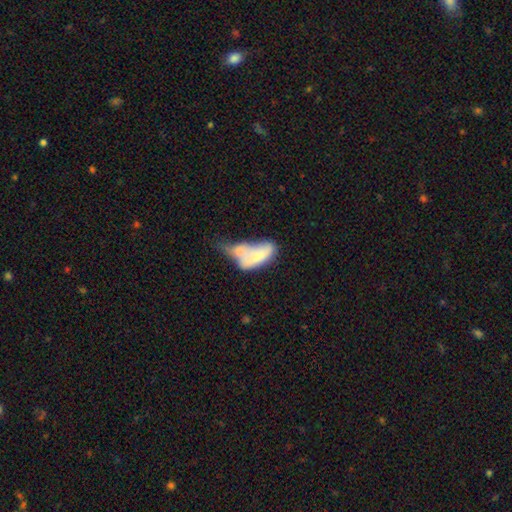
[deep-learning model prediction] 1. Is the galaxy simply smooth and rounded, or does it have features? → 60% smooth, 31% featured or disk, 9% star or artifact.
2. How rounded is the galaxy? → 85% in between, 11% cigar-shaped, 4% round.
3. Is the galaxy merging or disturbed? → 44% merger, 27% major disturbance, 16% minor disturbance, 12% none.